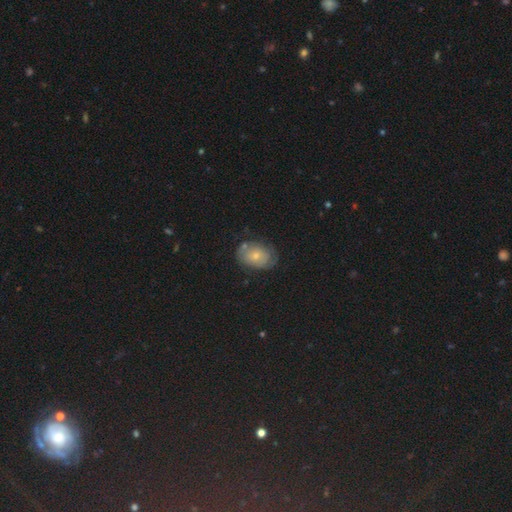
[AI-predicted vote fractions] Overall: smooth (49%; featured or disk 42%). Merging: none (65%).